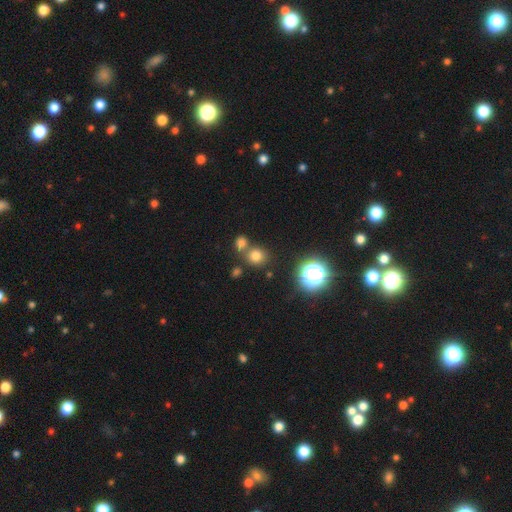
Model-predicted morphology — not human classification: Overall: smooth (72%). How rounded: round (84%). Merging: none (65%).